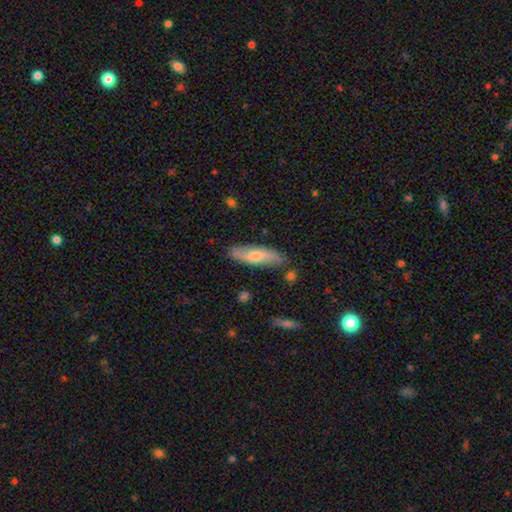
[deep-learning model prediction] Q: Smooth or featured?
A: smooth (48%); runner-up: featured or disk (46%)
Q: Merging?
A: none (81%); runner-up: minor disturbance (13%)